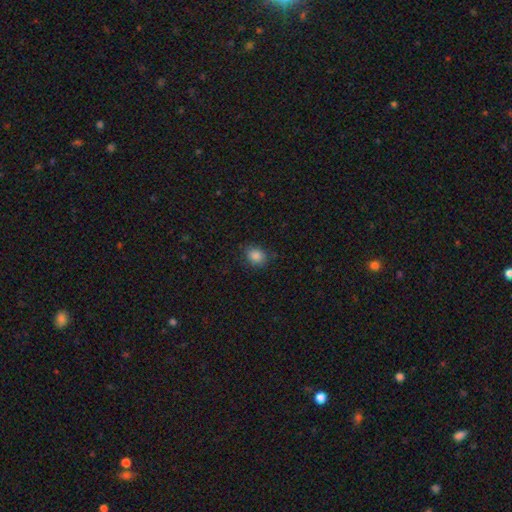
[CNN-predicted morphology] type=smooth (86%); roundness=in between (56%); merging=none (80%).